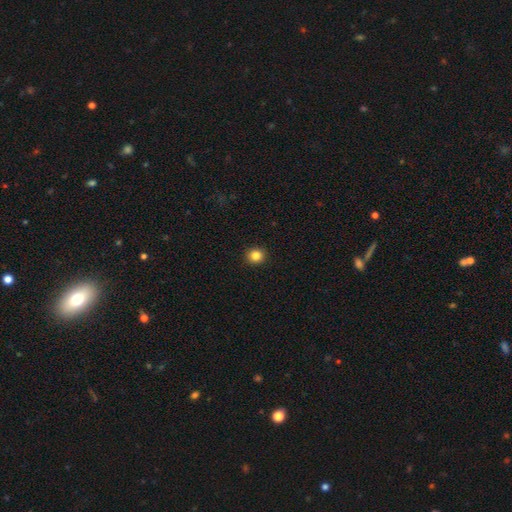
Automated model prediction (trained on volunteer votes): smooth-or-featured: smooth: 85% | star or artifact: 11% | featured or disk: 4%
  how-rounded: round: 91% | in between: 8% | cigar-shaped: 1%
  merging: none: 93% | minor disturbance: 5% | major disturbance: 2% | merger: 1%